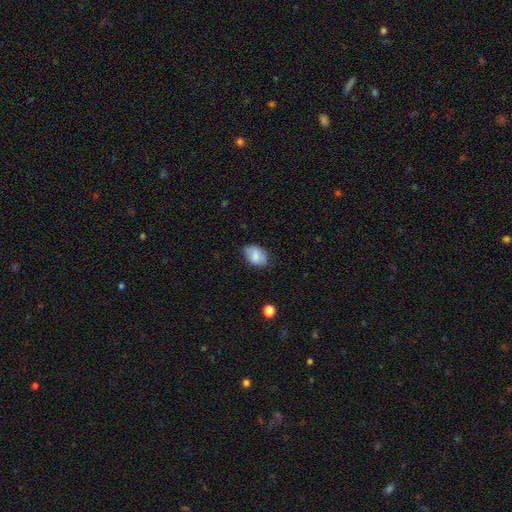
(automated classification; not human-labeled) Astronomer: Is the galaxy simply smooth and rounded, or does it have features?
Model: smooth — 72%.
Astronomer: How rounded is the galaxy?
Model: in between — 86%.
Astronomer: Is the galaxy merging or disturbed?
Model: none — 71%.